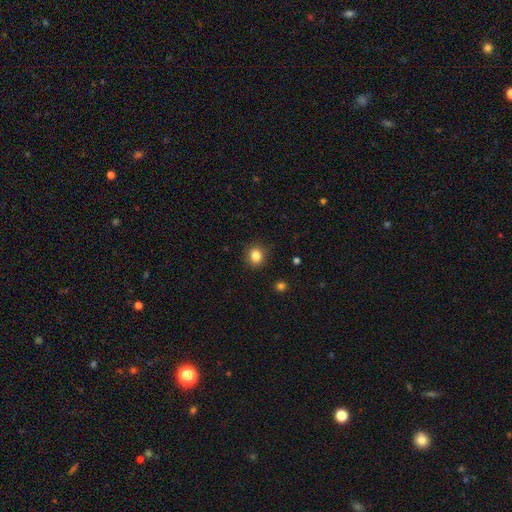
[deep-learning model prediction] Smooth or featured? Predicted: smooth (p=0.83). How rounded? Predicted: round (p=0.78). Merging? Predicted: none (p=0.89).